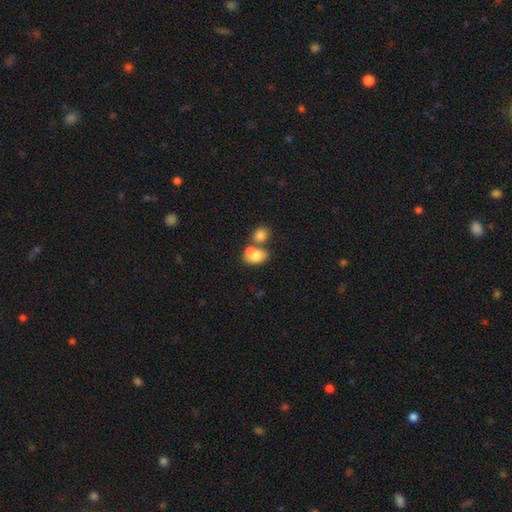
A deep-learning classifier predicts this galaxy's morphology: type=smooth (75%); roundness=in between (74%); merging=merger (59%).